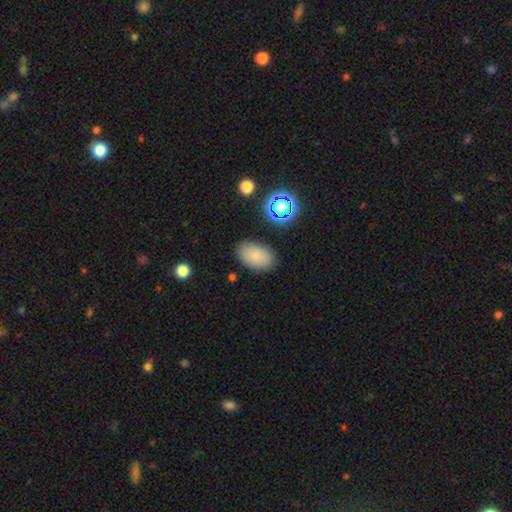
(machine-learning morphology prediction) Overall: smooth (83%). How rounded: in between (92%). Merging: none (84%).